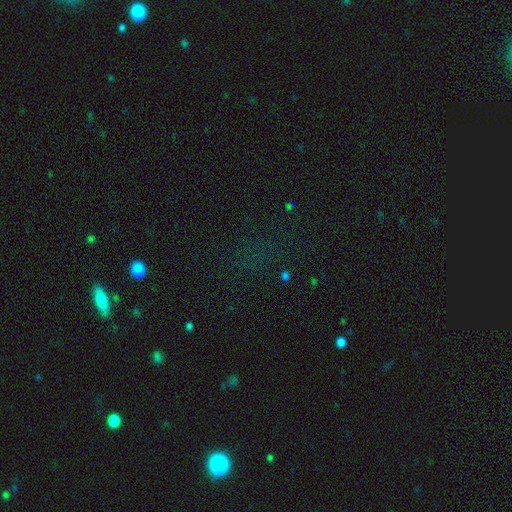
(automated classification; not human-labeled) Overall: star or artifact (66%).